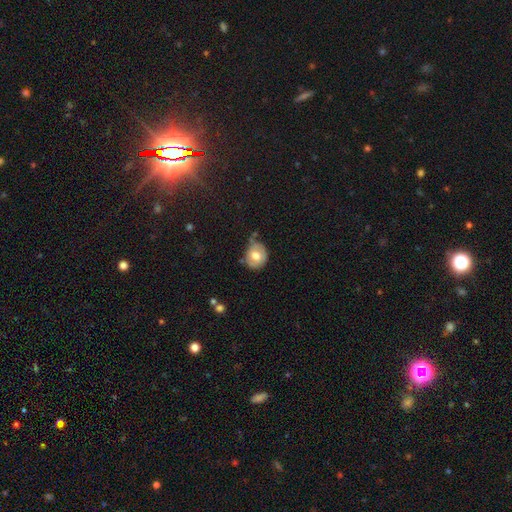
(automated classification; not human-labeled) Overall: smooth (62%; featured or disk 30%). How rounded: round (68%; in between 32%). Merging: none (56%; minor disturbance 30%).